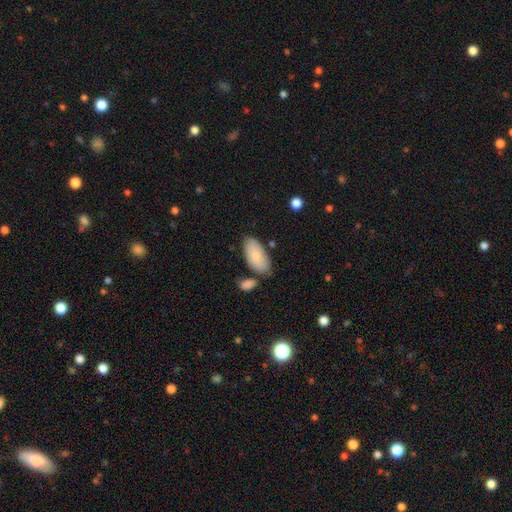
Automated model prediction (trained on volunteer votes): Smooth or featured?
  - smooth: 78% *
  - featured or disk: 16%
  - star or artifact: 6%
How rounded?
  - in between: 94% *
  - cigar-shaped: 3%
  - round: 2%
Merging?
  - none: 69% *
  - minor disturbance: 18%
  - merger: 9%
  - major disturbance: 4%